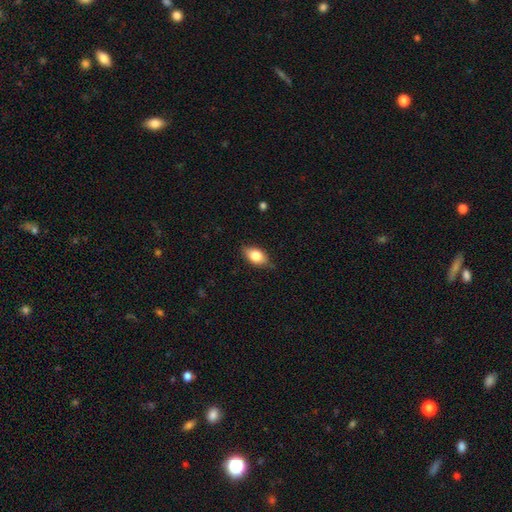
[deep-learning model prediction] The model was most divided on "merging": none: 78%, minor disturbance: 18%, major disturbance: 3%, merger: 1%. More confident: how rounded — in between (88%); smooth or featured — smooth (79%).